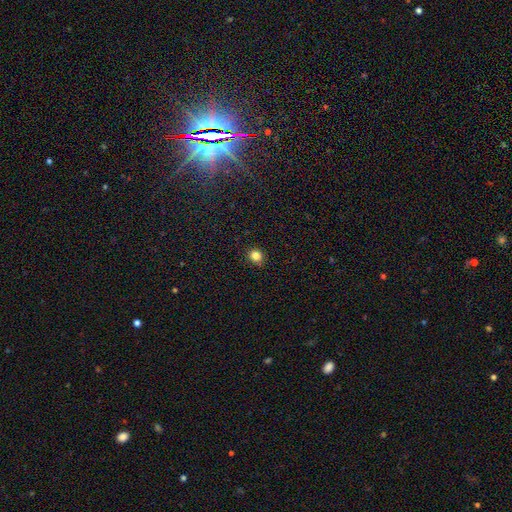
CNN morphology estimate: smooth 83%, star or artifact 12%, featured or disk 5%. Down the decision tree: how rounded — round (77%); merging — none (90%).